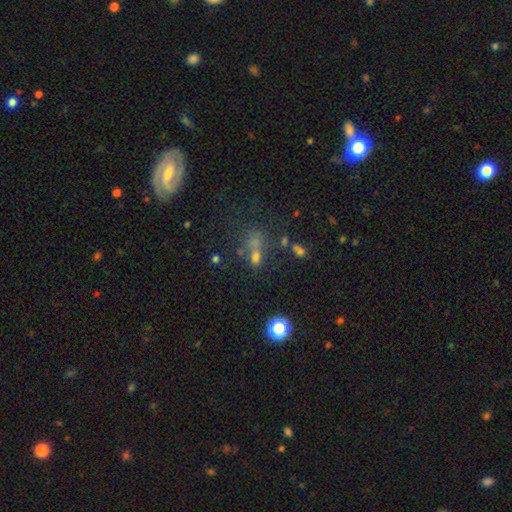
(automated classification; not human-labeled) This appears to be a smooth galaxy with no disk features (51%) that is round (54%). Merging: none (42%).